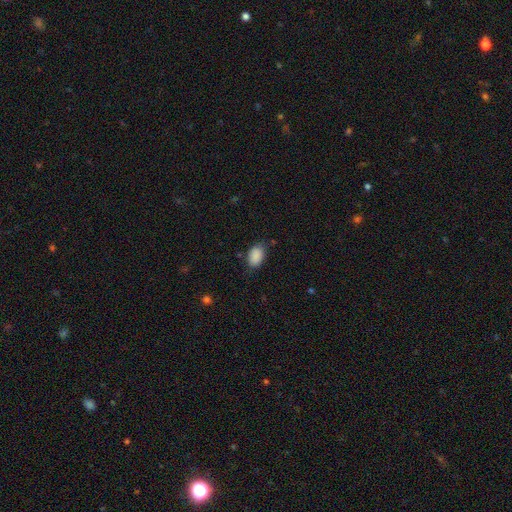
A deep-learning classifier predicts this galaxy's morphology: type=smooth (88%); roundness=in between (88%); merging=none (74%).